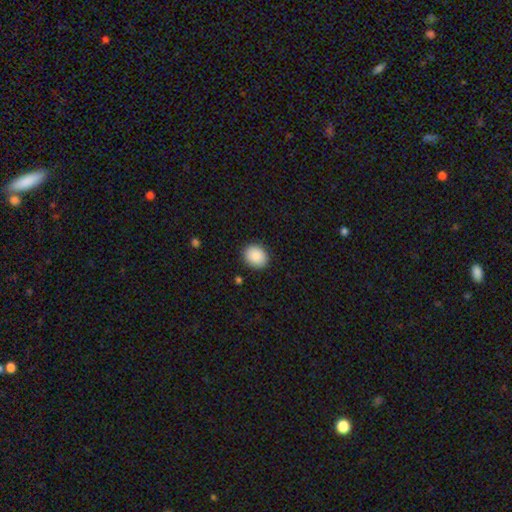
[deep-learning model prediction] This is clearly a smooth galaxy (89%). How rounded: likely round (63%). Merging: clearly none (89%).